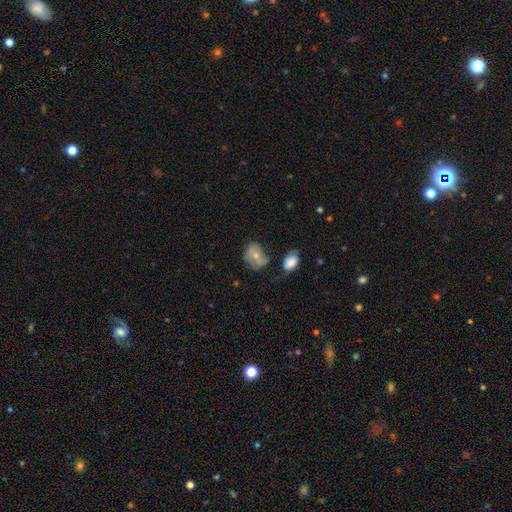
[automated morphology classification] Smooth or featured? smooth (53%)
How rounded? in between (60%)
Merging? none (43%)